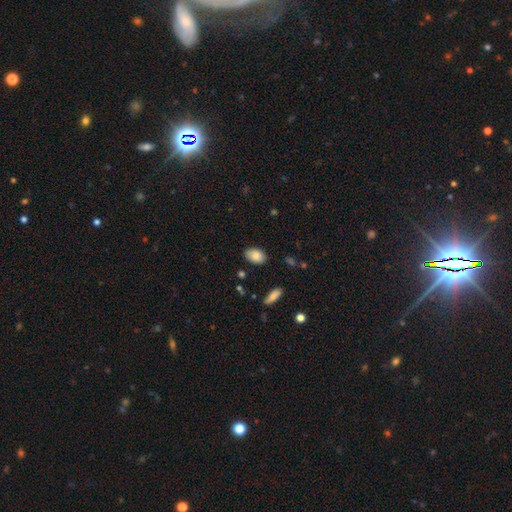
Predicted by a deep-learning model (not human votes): Smooth or featured: smooth — 84% (featured or disk — 9%)
How rounded: in between — 89% (round — 9%)
Merging: none — 83% (minor disturbance — 12%)